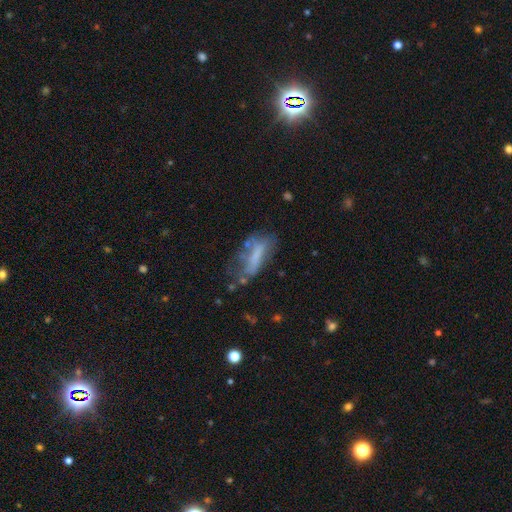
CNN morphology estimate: Overall: smooth (48%; featured or disk 40%). Merging: none (37%; major disturbance 27%).